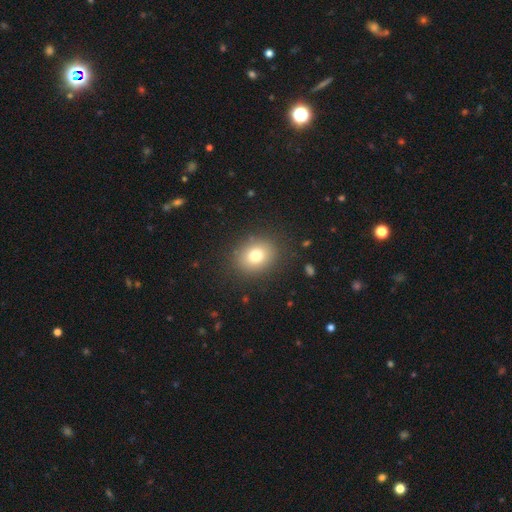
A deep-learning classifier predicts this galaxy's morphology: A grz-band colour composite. It shows a smooth galaxy with no disk features (77%) that is round (56%). Merging: none (86%).